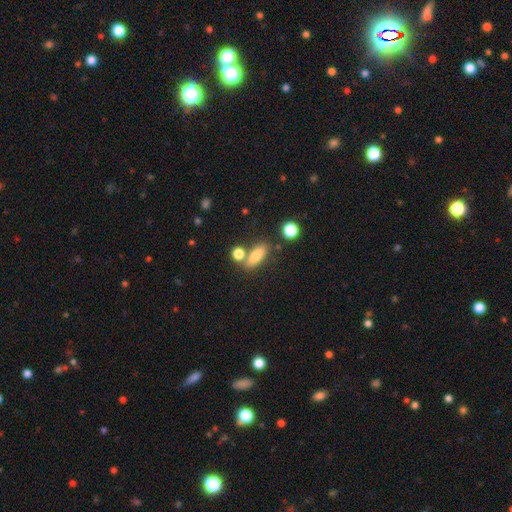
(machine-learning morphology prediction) smooth 76%, featured or disk 14%, star or artifact 10%. Down the decision tree: how rounded — in between (66%); merging — none (65%).